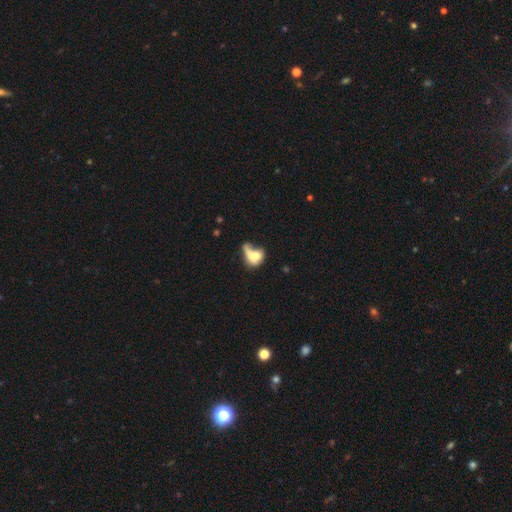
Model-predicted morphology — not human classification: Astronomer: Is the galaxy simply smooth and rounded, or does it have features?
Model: smooth — 58%.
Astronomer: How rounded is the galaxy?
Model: in between — 64%.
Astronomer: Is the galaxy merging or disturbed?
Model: merger — 36% (runner-up: major disturbance, 31%).